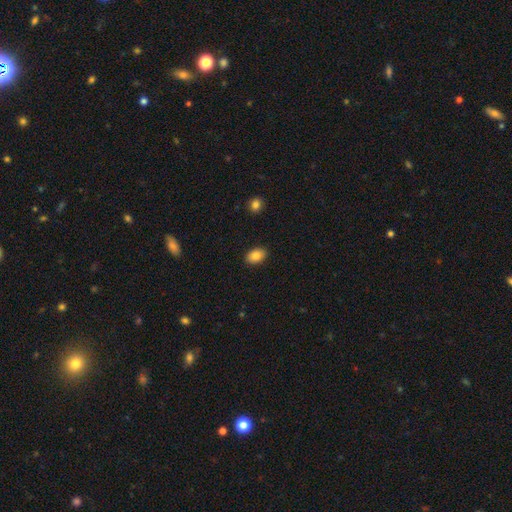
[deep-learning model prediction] This is clearly a smooth galaxy (86%). How rounded: clearly in between (87%). Merging: clearly none (89%).